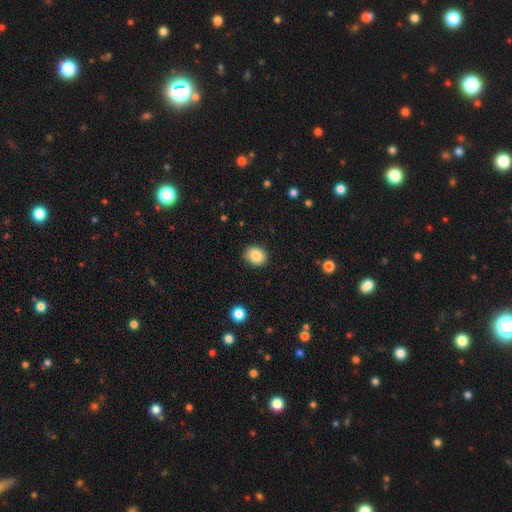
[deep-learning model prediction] Morphology: type=smooth (86%); roundness=round (62%); merging=none (88%).